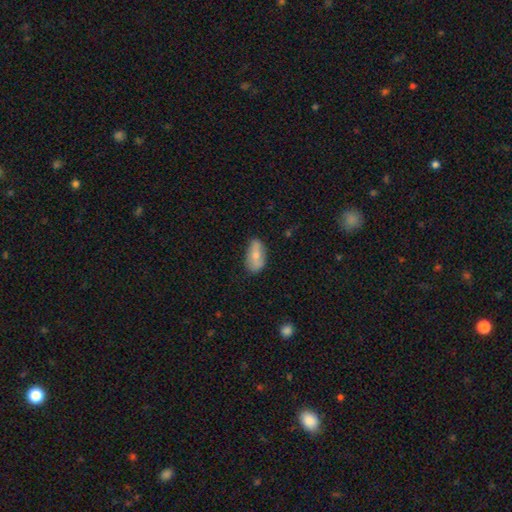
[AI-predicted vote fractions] Smooth or featured? smooth (64%)
How rounded? in between (90%)
Merging? none (71%)